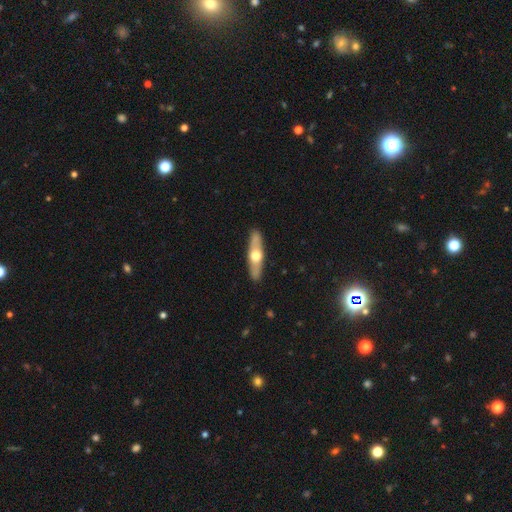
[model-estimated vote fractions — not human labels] Smooth or featured?
  - featured or disk: 54% *
  - smooth: 41%
  - star or artifact: 5%
Edge-on disk?
  - yes: 85% *
  - no: 15%
Merging?
  - none: 90% *
  - minor disturbance: 7%
  - major disturbance: 2%
  - merger: 1%